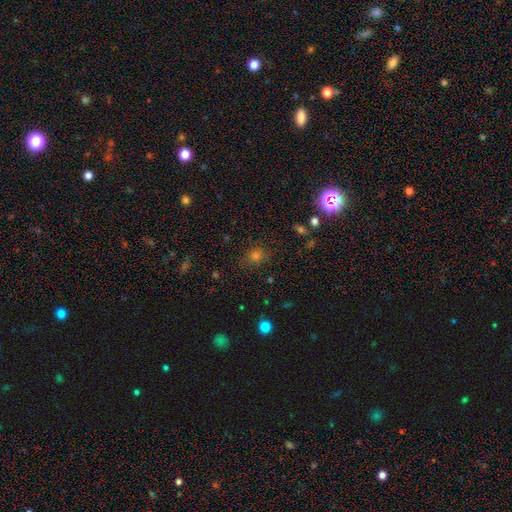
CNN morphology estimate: type=smooth (64%); roundness=round (77%); merging=none (81%).